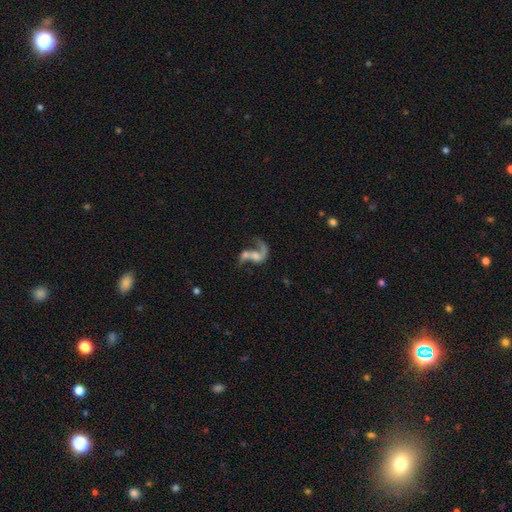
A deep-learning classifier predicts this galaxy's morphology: A featured or disk galaxy (69%) with no bar (62%), spiral arms (75%) and a moderate central bulge (30%).

Vote fractions:
- Smooth or featured? featured or disk: 69% / smooth: 21% / star or artifact: 10%
- Edge-on disk? no: 97% / yes: 3%
- Bar? no: 62% / weak: 28% / strong: 9%
- Spiral arms? yes: 75% / no: 25%
- Bulge size? moderate: 30% / none: 29% / small: 27% / large: 11% / dominant: 3%
- Merging? merger: 50% / major disturbance: 23% / none: 19% / minor disturbance: 8%